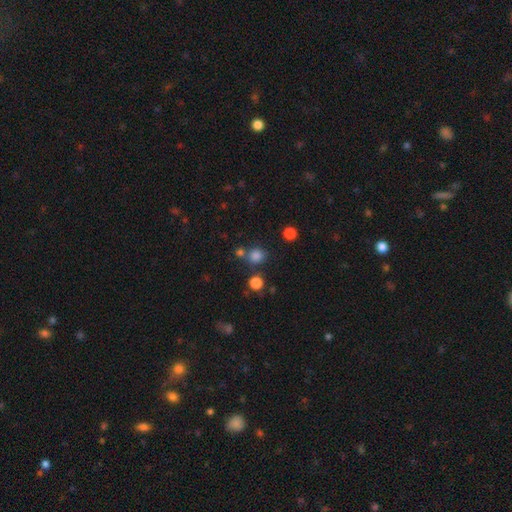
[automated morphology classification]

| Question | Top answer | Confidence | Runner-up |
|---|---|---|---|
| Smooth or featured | smooth | 78% | star or artifact (17%) |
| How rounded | round | 86% | in between (13%) |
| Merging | none | 73% | merger (14%) |